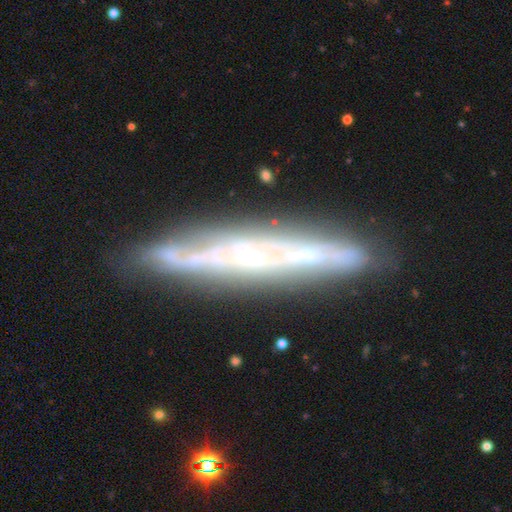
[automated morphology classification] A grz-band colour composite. It shows a featured or disk galaxy (79%) viewed edge-on (82%) with no central bulge (65%). Merging: none (81%).